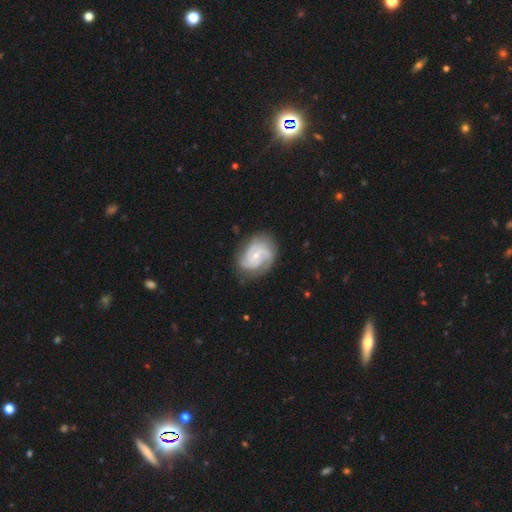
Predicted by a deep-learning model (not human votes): smooth_or_featured: featured or disk (p=0.82) [alt: smooth p=0.13]
disk_edge_on: no (p=0.98) [alt: yes p=0.02]
bar: no (p=0.60) [alt: weak p=0.34]
has_spiral_arms: yes (p=0.96) [alt: no p=0.04]
spiral_winding: tight (p=0.50) [alt: medium p=0.40]
spiral_arm_count: 2 (p=0.44) [alt: 3 p=0.26]
bulge_size: small (p=0.68) [alt: moderate p=0.28]
merging: none (p=0.73) [alt: minor disturbance p=0.19]